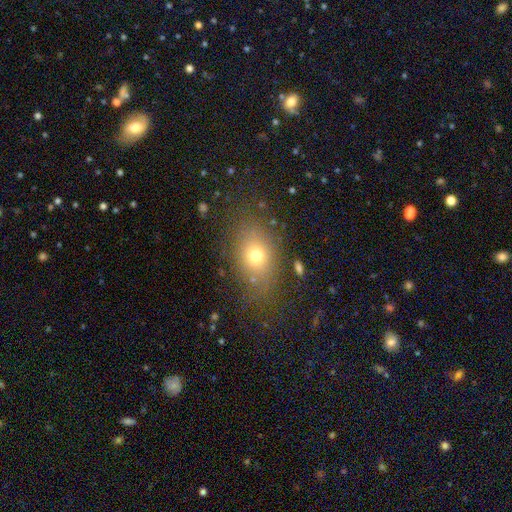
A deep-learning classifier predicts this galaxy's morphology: Smooth or featured?
  - smooth: 71% *
  - star or artifact: 15%
  - featured or disk: 14%
How rounded?
  - in between: 69% *
  - round: 29%
  - cigar-shaped: 2%
Merging?
  - none: 75% *
  - minor disturbance: 15%
  - major disturbance: 8%
  - merger: 3%